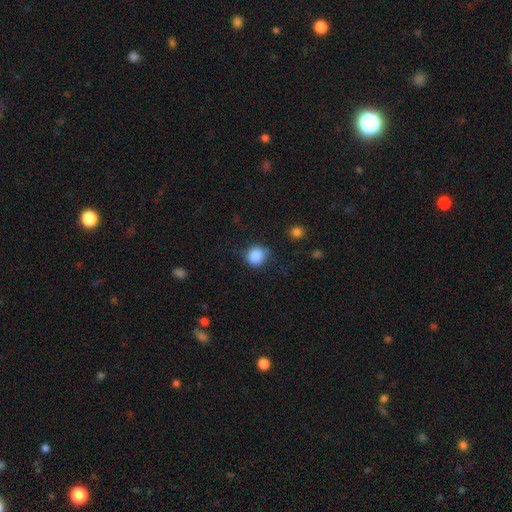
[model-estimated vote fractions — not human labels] Q: Smooth or featured?
A: smooth (87%); runner-up: star or artifact (9%)
Q: How rounded?
A: round (79%); runner-up: in between (20%)
Q: Merging?
A: none (71%); runner-up: minor disturbance (21%)